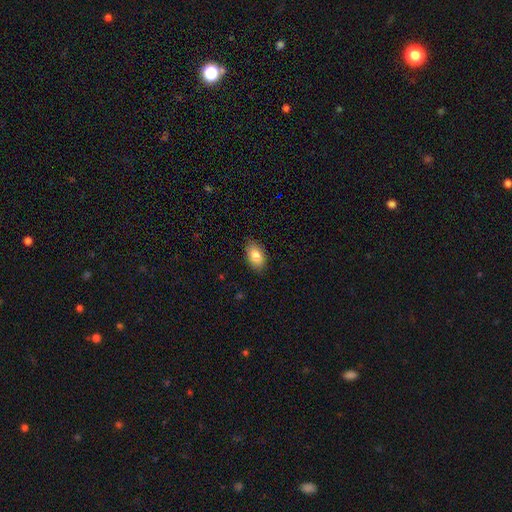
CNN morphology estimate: A smooth galaxy with no disk features (82%) that is in between round and cigar-shaped (92%). Merging: none (87%).